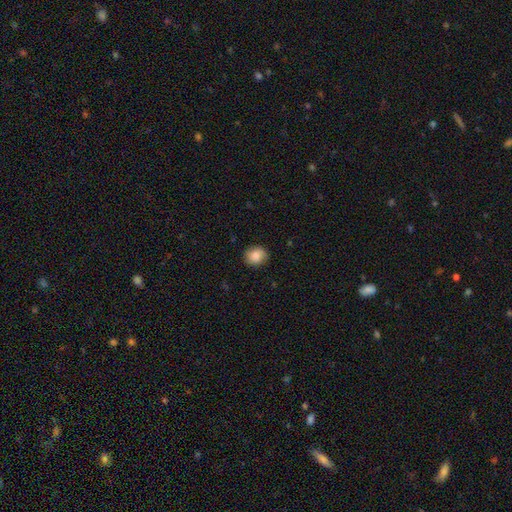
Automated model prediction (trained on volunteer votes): A smooth galaxy with no disk features (84%) that is round (69%). Merging: none (86%).